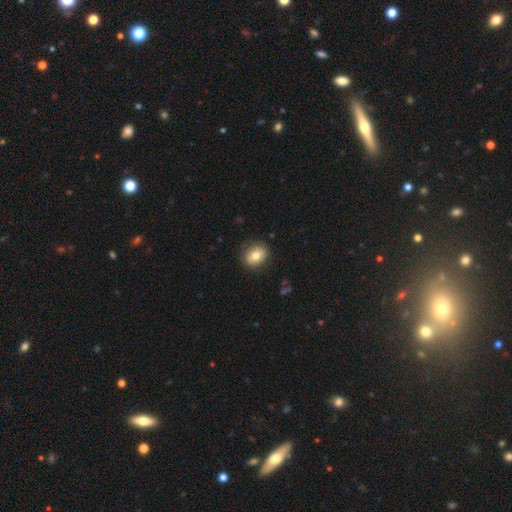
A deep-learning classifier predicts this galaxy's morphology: smooth-or-featured: smooth: 77% | featured or disk: 14% | star or artifact: 8%
  how-rounded: round: 53% | in between: 46% | cigar-shaped: 1%
  merging: none: 83% | minor disturbance: 12% | major disturbance: 3% | merger: 1%